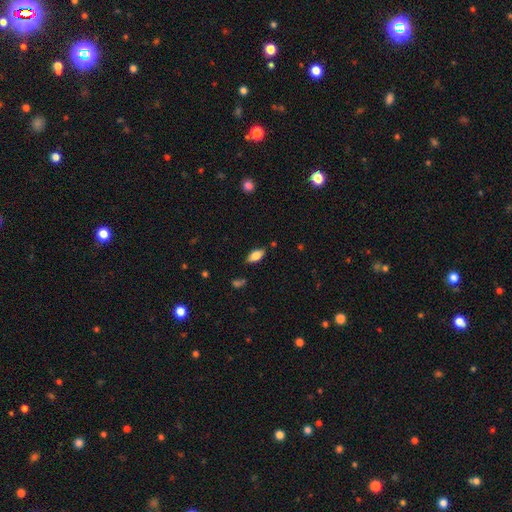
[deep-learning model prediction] smooth-or-featured: smooth: 75% | featured or disk: 17% | star or artifact: 8%
  how-rounded: in between: 87% | cigar-shaped: 10% | round: 3%
  merging: none: 82% | minor disturbance: 13% | major disturbance: 3% | merger: 2%